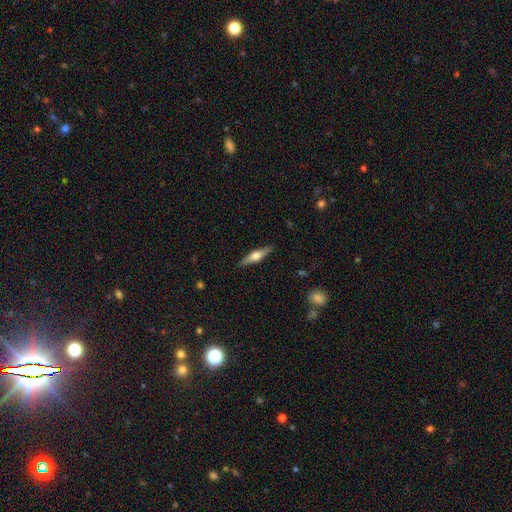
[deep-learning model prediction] Smooth or featured?
  - featured or disk: 60% *
  - smooth: 35%
  - star or artifact: 5%
Edge-on disk?
  - yes: 96% *
  - no: 4%
Edge-on bulge?
  - rounded: 93% *
  - boxy: 5%
  - none: 3%
Merging?
  - none: 90% *
  - minor disturbance: 8%
  - major disturbance: 2%
  - merger: 1%